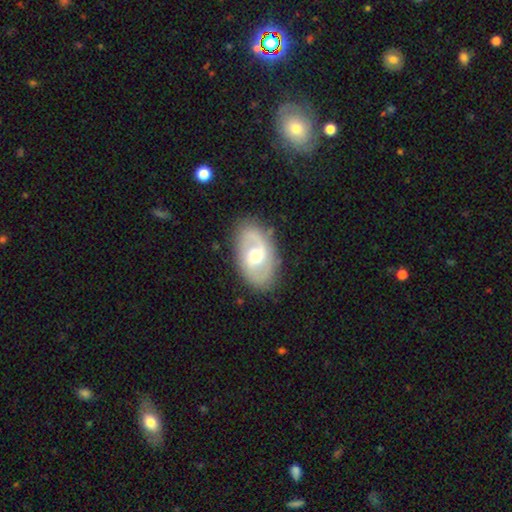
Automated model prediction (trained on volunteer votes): smooth-or-featured: featured or disk: 71% | smooth: 24% | star or artifact: 5%
  disk-edge-on: no: 95% | yes: 5%
    bar: weak: 46% | no: 44% | strong: 11%
    has-spiral-arms: yes: 80% | no: 20%
      spiral-winding: medium: 47% | loose: 27% | tight: 26%
      spiral-arm-count: 2: 80% | can't tell: 10% | 1: 7% | 3: 1% | 4: 1% | more than 4: 1%
    bulge-size: moderate: 69% | small: 17% | large: 12% | none: 1% | dominant: 1%
  merging: none: 81% | minor disturbance: 13% | major disturbance: 4% | merger: 1%